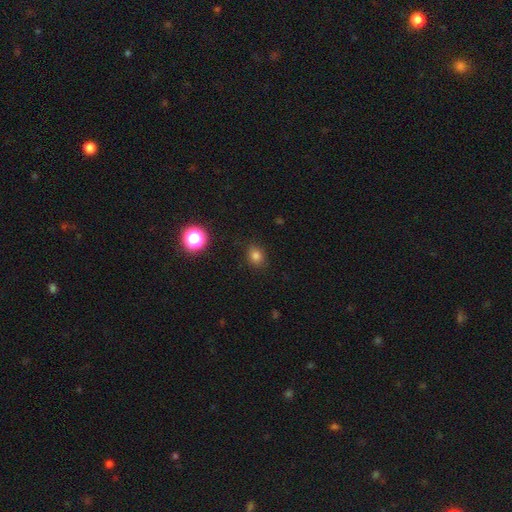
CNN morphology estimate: Smooth or featured? Predicted: smooth (p=0.79). How rounded? Predicted: round (p=0.58). Merging? Predicted: none (p=0.86).